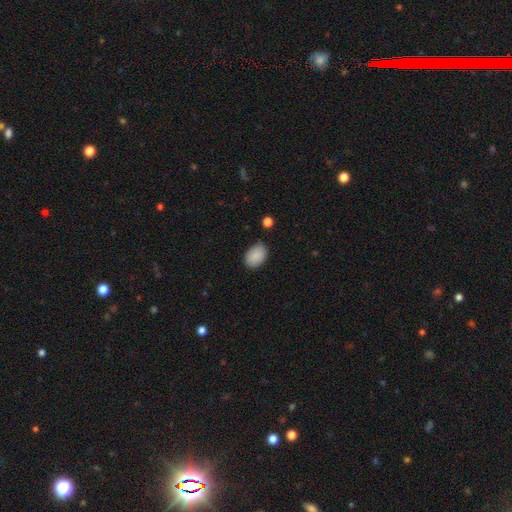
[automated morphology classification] A smooth galaxy with no disk features (89%) that is in between round and cigar-shaped (81%).

Vote fractions:
- Smooth or featured? smooth: 89% / star or artifact: 7% / featured or disk: 4%
- How rounded? in between: 81% / round: 18% / cigar-shaped: 1%
- Merging? none: 73% / minor disturbance: 21% / major disturbance: 4% / merger: 2%